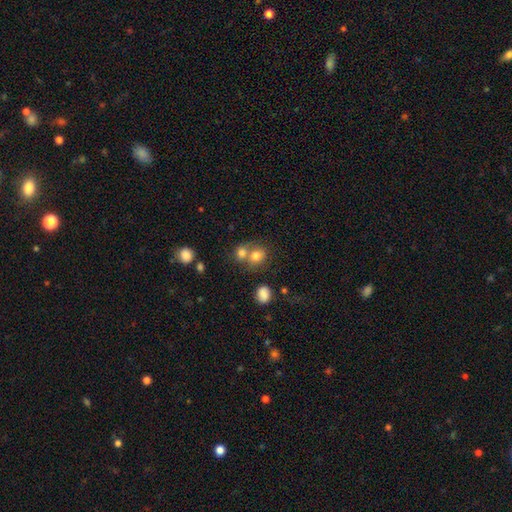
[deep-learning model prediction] smooth-or-featured: smooth: 76% | star or artifact: 12% | featured or disk: 12%
  how-rounded: round: 70% | in between: 29% | cigar-shaped: 1%
  merging: merger: 50% | none: 39% | minor disturbance: 8% | major disturbance: 3%